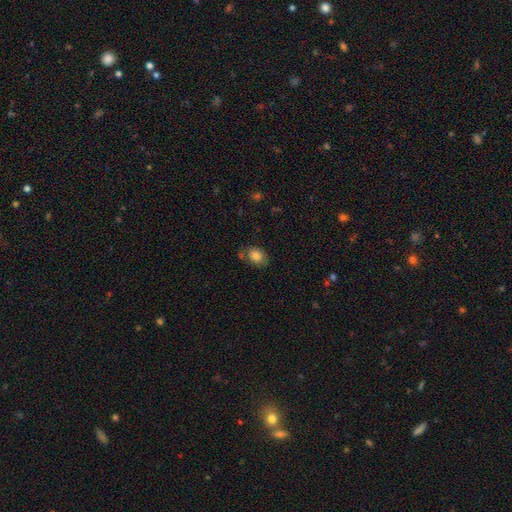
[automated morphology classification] smooth 81%, featured or disk 10%, star or artifact 9%. Down the decision tree: how rounded — in between (69%); merging — none (65%).